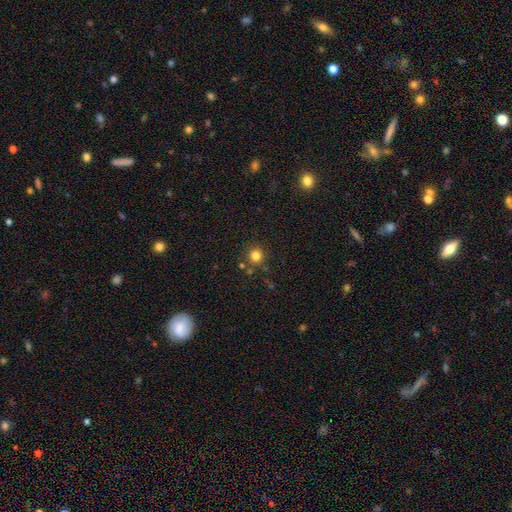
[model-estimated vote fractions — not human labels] This appears to be a smooth galaxy with no disk features (81%) that is round (93%). Merging: none (83%).